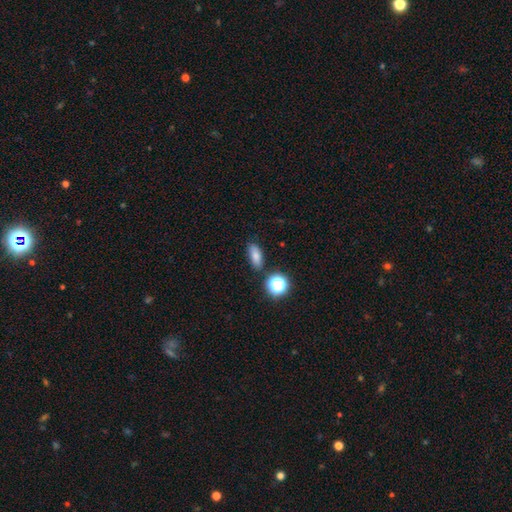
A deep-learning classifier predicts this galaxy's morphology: This is likely a smooth galaxy (78%). How rounded: likely in between (76%). Merging: clearly none (81%).